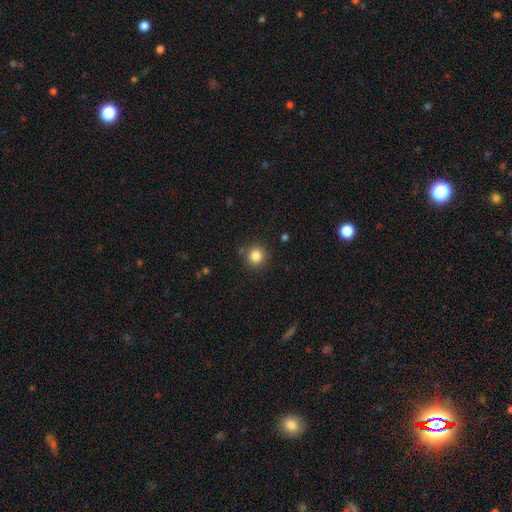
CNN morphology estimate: This is clearly a smooth galaxy (84%). How rounded: clearly round (92%). Merging: clearly none (86%).